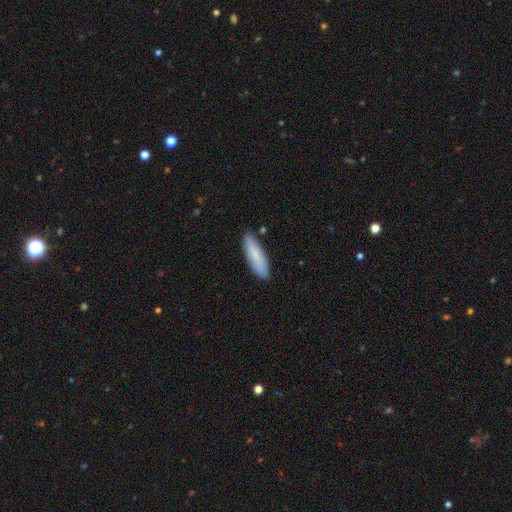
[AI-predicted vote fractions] Smooth or featured: smooth — 76% (featured or disk — 18%)
How rounded: cigar-shaped — 58% (in between — 40%)
Merging: none — 86% (minor disturbance — 11%)